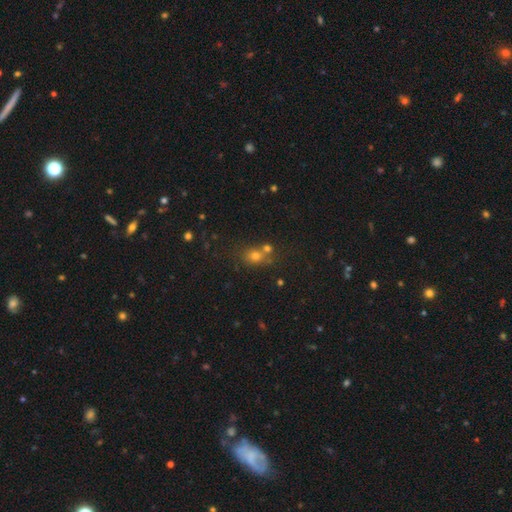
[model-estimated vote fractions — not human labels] smooth_or_featured: smooth (p=0.62) [alt: star or artifact p=0.26]
how_rounded: round (p=0.71) [alt: in between p=0.28]
merging: none (p=0.54) [alt: merger p=0.31]